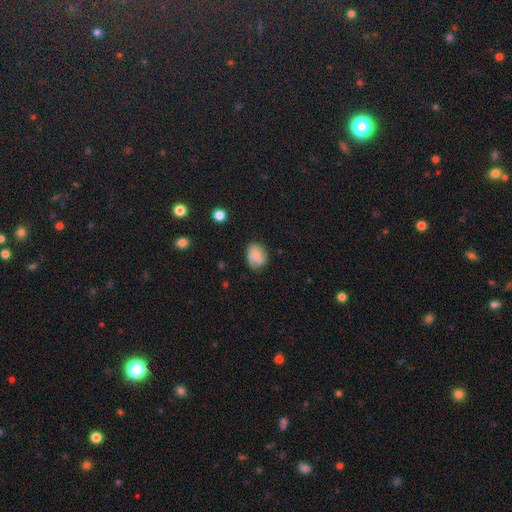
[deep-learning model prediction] Morphology: type=smooth (56%); roundness=in between (66%); merging=none (62%).